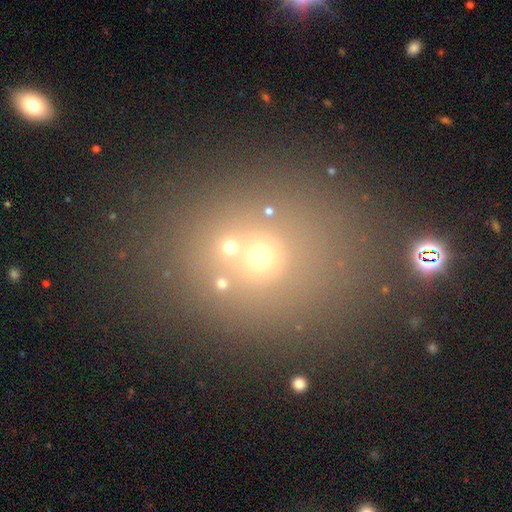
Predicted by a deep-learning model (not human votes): A smooth galaxy with no disk features (58%) that is round (72%).

Vote fractions:
- Smooth or featured? smooth: 58% / star or artifact: 29% / featured or disk: 14%
- How rounded? round: 72% / in between: 26% / cigar-shaped: 1%
- Merging? none: 69% / merger: 16% / minor disturbance: 10% / major disturbance: 5%